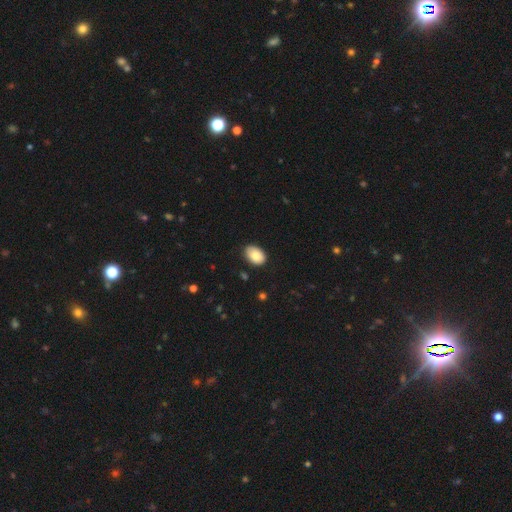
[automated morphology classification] Smooth or featured?
  - smooth: 83% *
  - featured or disk: 9%
  - star or artifact: 7%
How rounded?
  - in between: 86% *
  - round: 13%
  - cigar-shaped: 1%
Merging?
  - none: 82% *
  - minor disturbance: 15%
  - major disturbance: 2%
  - merger: 1%